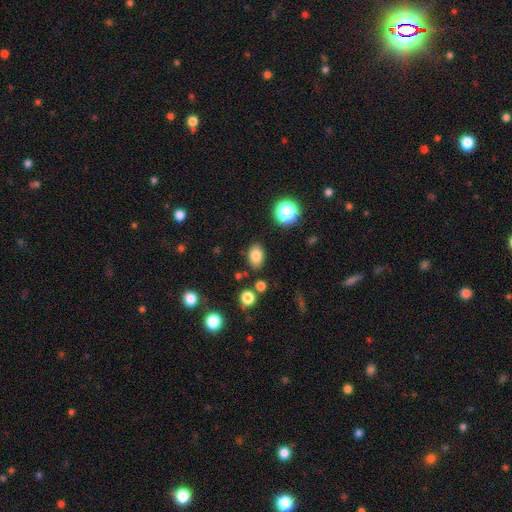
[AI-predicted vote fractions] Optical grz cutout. It shows a smooth galaxy with no disk features (82%) that is in between round and cigar-shaped (80%). Merging: none (83%).